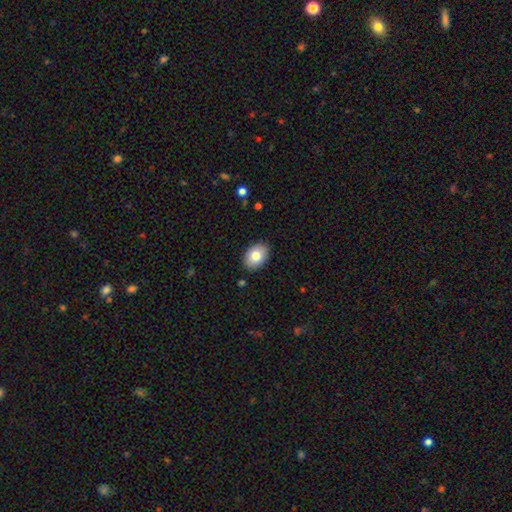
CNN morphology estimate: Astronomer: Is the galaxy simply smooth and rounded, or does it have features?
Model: smooth — 80%.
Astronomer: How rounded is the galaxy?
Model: in between — 81%.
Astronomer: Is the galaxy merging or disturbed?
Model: none — 89%.